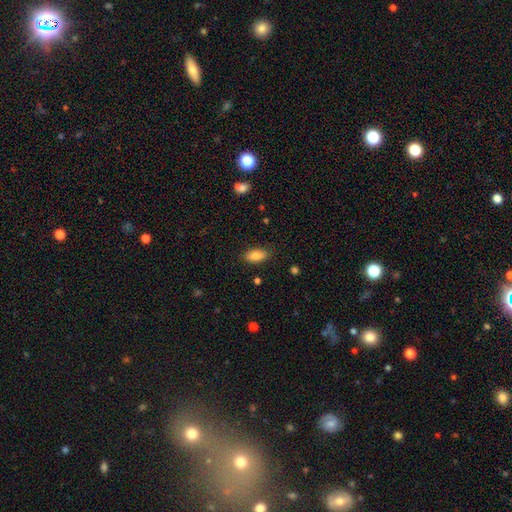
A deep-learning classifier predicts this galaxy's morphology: smooth-or-featured: smooth: 84% | featured or disk: 8% | star or artifact: 7%
  how-rounded: in between: 88% | cigar-shaped: 9% | round: 3%
  merging: none: 86% | minor disturbance: 11% | major disturbance: 3% | merger: 1%